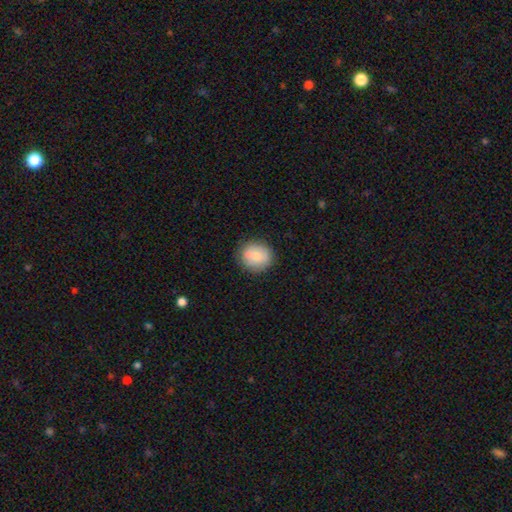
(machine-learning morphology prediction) smooth-or-featured: smooth: 73% | featured or disk: 19% | star or artifact: 8%
  how-rounded: round: 86% | in between: 13% | cigar-shaped: 1%
  merging: none: 74% | minor disturbance: 14% | merger: 8% | major disturbance: 4%